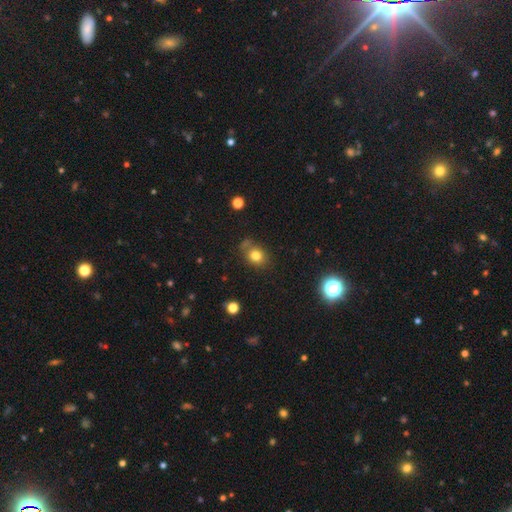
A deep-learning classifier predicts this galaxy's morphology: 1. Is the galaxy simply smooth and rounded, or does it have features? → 77% smooth, 13% star or artifact, 9% featured or disk.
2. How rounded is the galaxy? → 55% round, 44% in between, 1% cigar-shaped.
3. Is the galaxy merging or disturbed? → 69% none, 17% minor disturbance, 8% merger, 5% major disturbance.